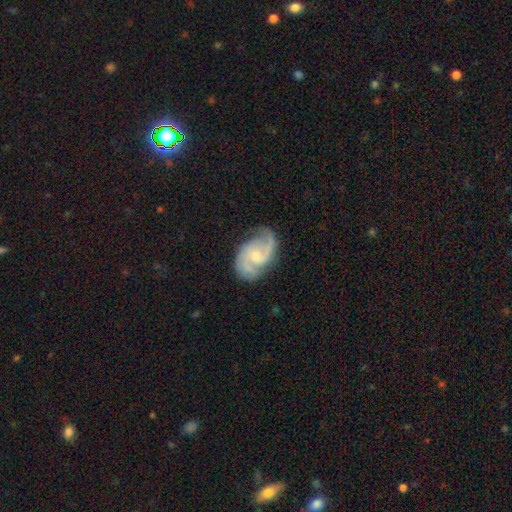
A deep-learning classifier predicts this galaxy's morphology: Q: Smooth or featured?
A: featured or disk (88%); runner-up: smooth (7%)
Q: Edge-on disk?
A: no (98%); runner-up: yes (2%)
Q: Bar?
A: no (57%); runner-up: weak (37%)
Q: Spiral arms?
A: yes (98%); runner-up: no (2%)
Q: Spiral winding?
A: medium (53%); runner-up: tight (27%)
Q: Spiral arm count?
A: 2 (69%); runner-up: 3 (17%)
Q: Bulge size?
A: small (61%); runner-up: moderate (33%)
Q: Merging?
A: none (74%); runner-up: minor disturbance (19%)